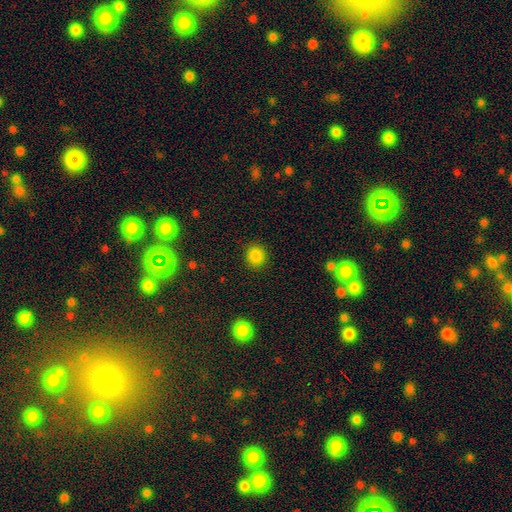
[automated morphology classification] The model was most divided on "how rounded": round: 82%, in between: 17%, cigar-shaped: 1%. More confident: merging — none (90%); smooth or featured — smooth (85%).